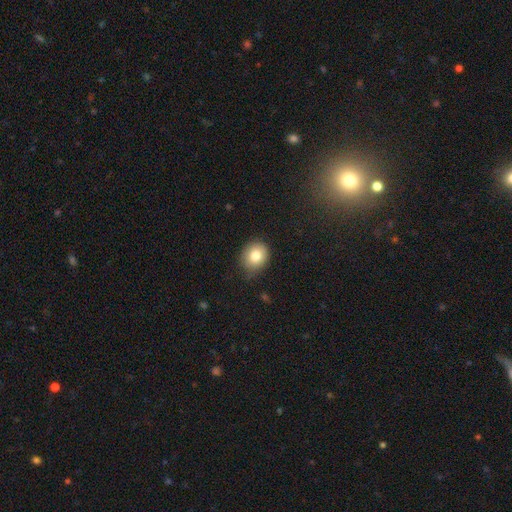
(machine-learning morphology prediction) Smooth or featured: smooth — 80% (featured or disk — 10%)
How rounded: round — 65% (in between — 34%)
Merging: none — 74% (minor disturbance — 21%)